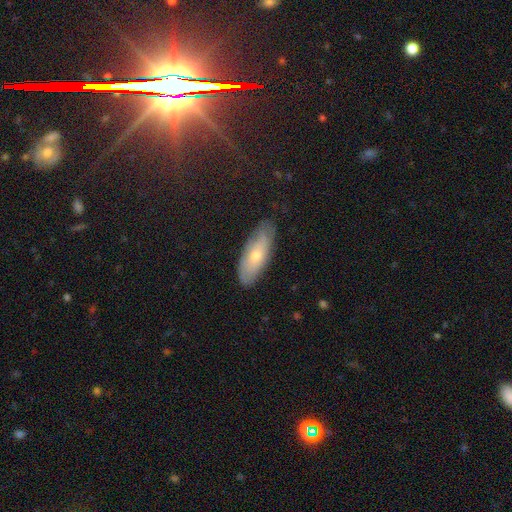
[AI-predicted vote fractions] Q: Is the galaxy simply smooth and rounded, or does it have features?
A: smooth — 51%.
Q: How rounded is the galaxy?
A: in between — 66%.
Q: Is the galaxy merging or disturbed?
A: none — 80%.